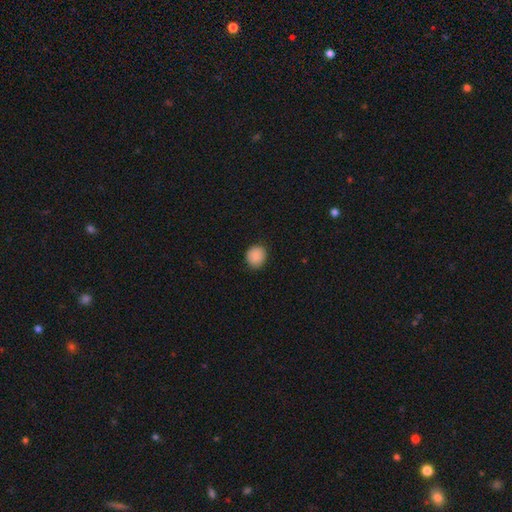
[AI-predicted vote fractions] This appears to be a smooth galaxy with no disk features (89%) that is round (81%). Merging: none (87%).